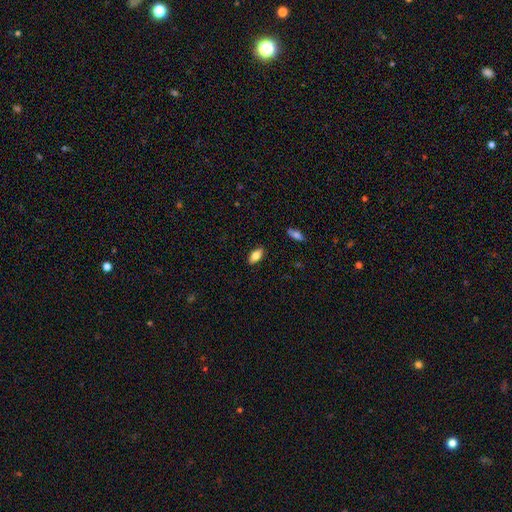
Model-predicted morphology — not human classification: Q: Smooth or featured?
A: smooth (73%); runner-up: featured or disk (20%)
Q: How rounded?
A: in between (84%); runner-up: cigar-shaped (13%)
Q: Merging?
A: none (87%); runner-up: minor disturbance (9%)